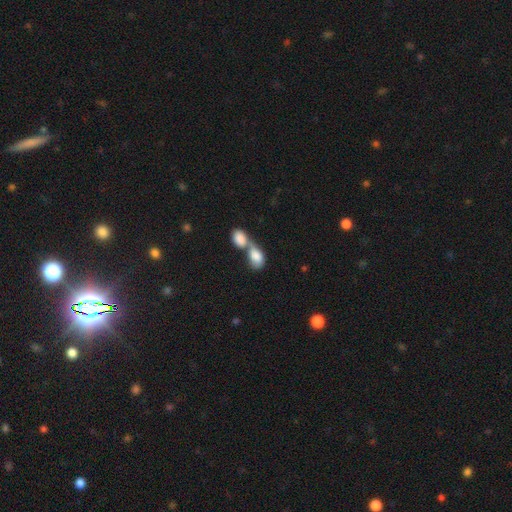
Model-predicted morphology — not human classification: type=smooth (81%); roundness=in between (85%); merging=merger (80%).